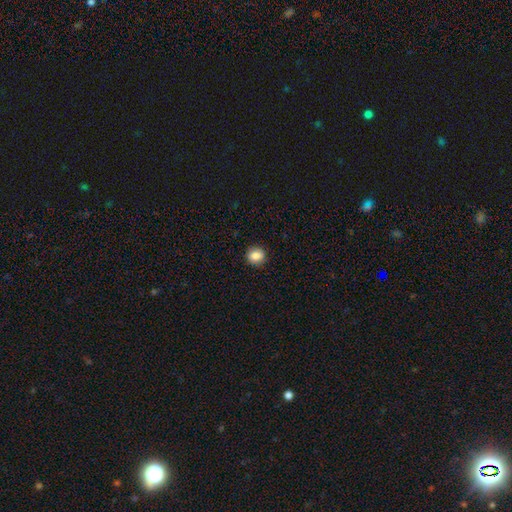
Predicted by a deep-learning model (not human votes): Smooth or featured: smooth — 86% (star or artifact — 10%)
How rounded: round — 85% (in between — 14%)
Merging: none — 91% (minor disturbance — 7%)